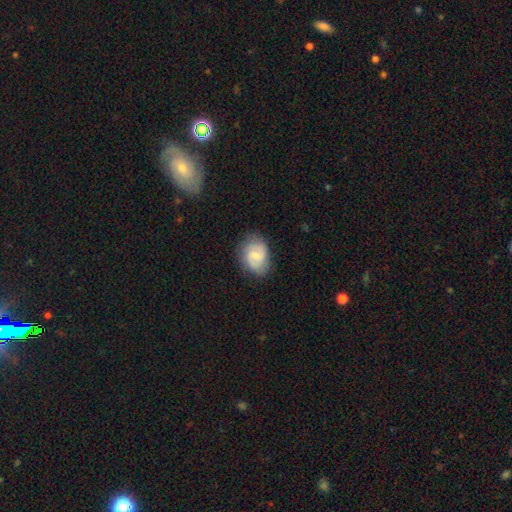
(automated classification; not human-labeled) Smooth or featured: featured or disk — 51% (smooth — 42%)
Edge-on disk: no — 97% (yes — 3%)
Merging: none — 73% (minor disturbance — 20%)